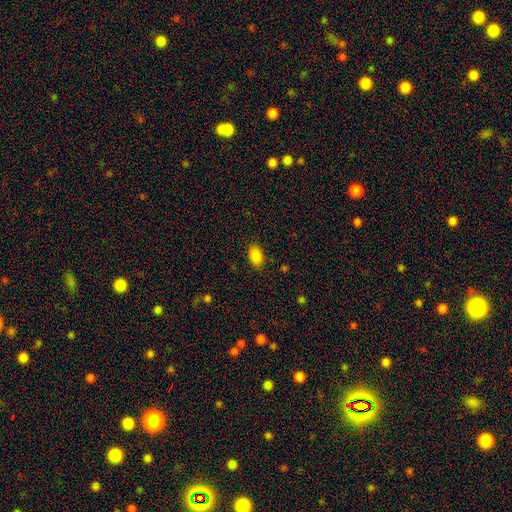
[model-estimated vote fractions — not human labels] This is clearly a smooth galaxy (87%). How rounded: clearly in between (88%). Merging: clearly none (86%).